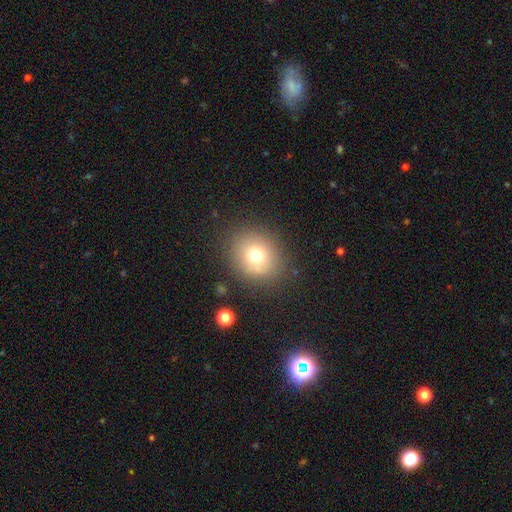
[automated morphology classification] This is likely a smooth galaxy (72%). How rounded: likely round (79%). Merging: clearly none (82%).